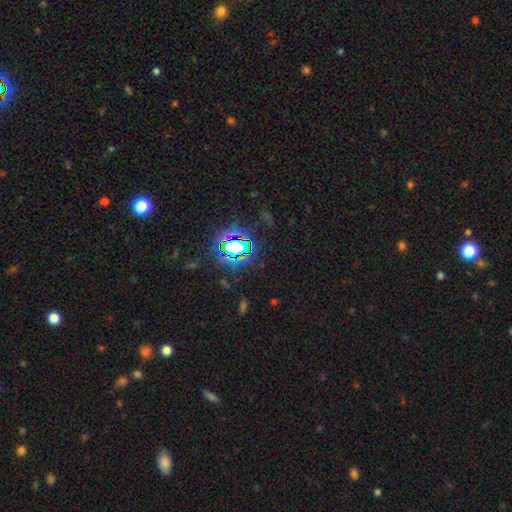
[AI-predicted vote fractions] This is likely a star or artifact rather than a galaxy (77%).